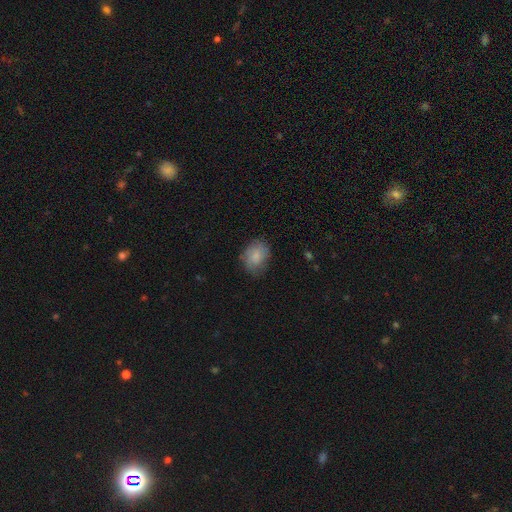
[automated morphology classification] The model was most divided on "how rounded": in between: 60%, round: 38%, cigar-shaped: 1%. More confident: smooth or featured — smooth (73%); merging — none (68%).